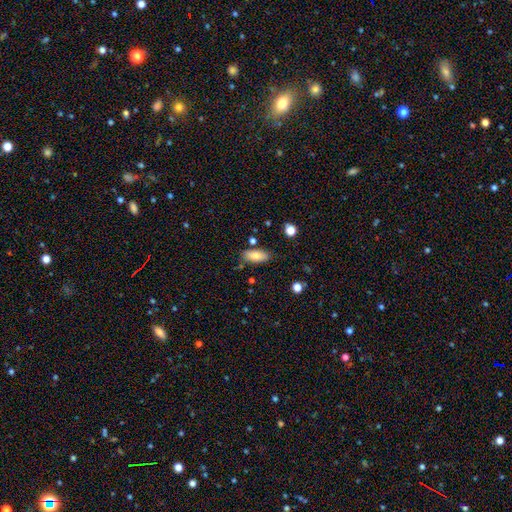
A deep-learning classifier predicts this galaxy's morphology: Smooth or featured? smooth (80%)
How rounded? in between (83%)
Merging? none (78%)